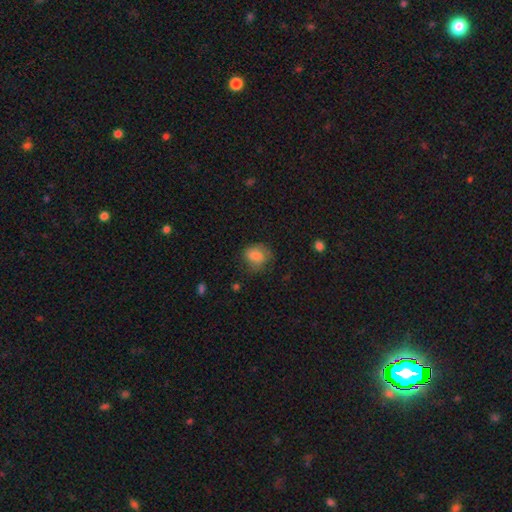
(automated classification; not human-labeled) smooth_or_featured: smooth (p=0.78) [alt: featured or disk p=0.14]
how_rounded: round (p=0.60) [alt: in between p=0.39]
merging: none (p=0.58) [alt: minor disturbance p=0.27]